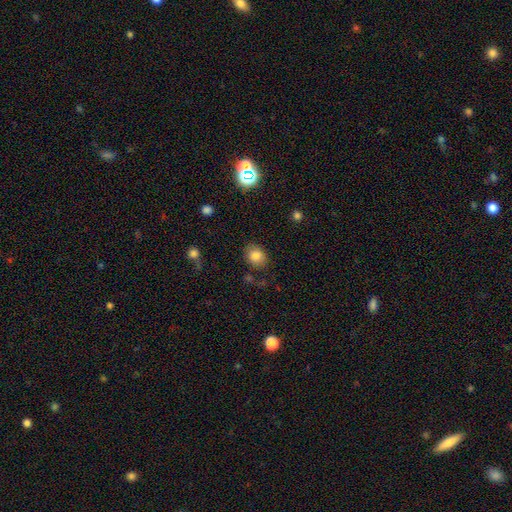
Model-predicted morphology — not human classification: smooth 82%, star or artifact 10%, featured or disk 7%. Down the decision tree: how rounded — round (51%); merging — none (80%).